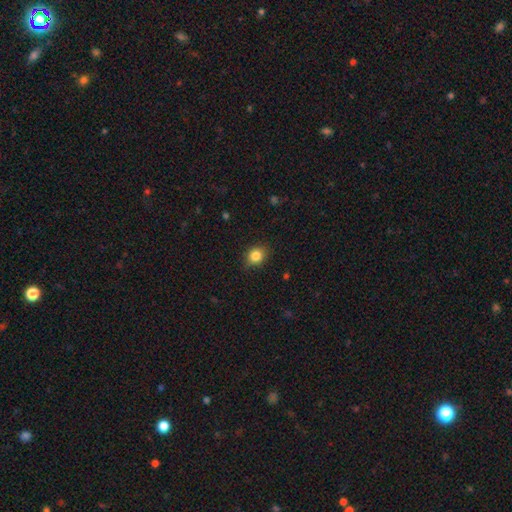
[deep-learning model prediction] Smooth or featured?
  - smooth: 84% *
  - star or artifact: 10%
  - featured or disk: 6%
How rounded?
  - round: 66% *
  - in between: 33%
  - cigar-shaped: 1%
Merging?
  - none: 83% *
  - minor disturbance: 13%
  - major disturbance: 3%
  - merger: 1%